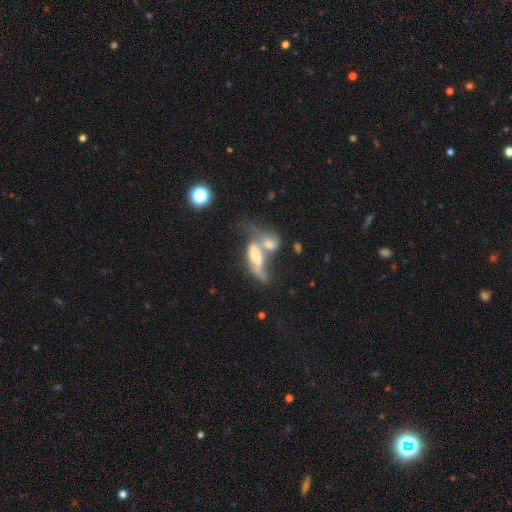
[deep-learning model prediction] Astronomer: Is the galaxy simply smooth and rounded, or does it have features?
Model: featured or disk — 49% (runner-up: smooth, 42%).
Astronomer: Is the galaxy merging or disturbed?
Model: merger — 69%.